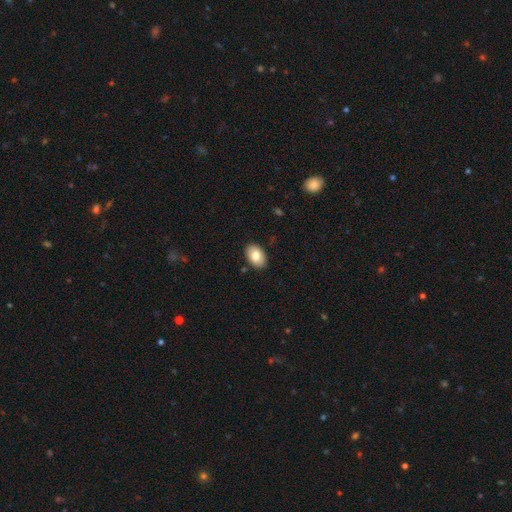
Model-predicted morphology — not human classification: smooth-or-featured: smooth: 80% | featured or disk: 13% | star or artifact: 7%
  how-rounded: in between: 89% | round: 10% | cigar-shaped: 1%
  merging: none: 88% | minor disturbance: 8% | major disturbance: 2% | merger: 1%